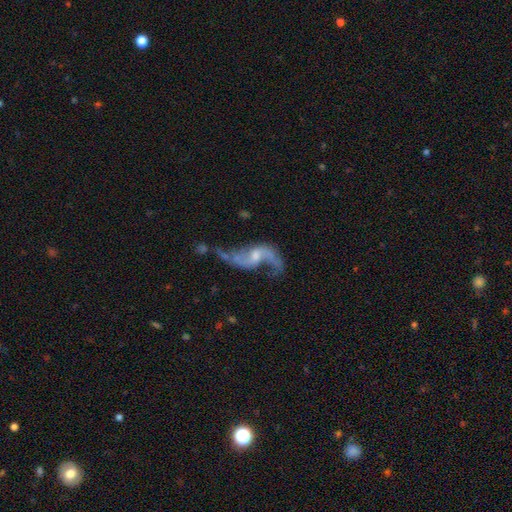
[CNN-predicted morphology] Overall: featured or disk (87%). Edge-on disk: no (95%). Bar: no (46%; weak 42%). Spiral arms: yes (94%). Spiral arm count: 2 (91%). Spiral winding: loose (87%). Bulge size: small (48%; moderate 36%). Merging: none (51%; major disturbance 20%).